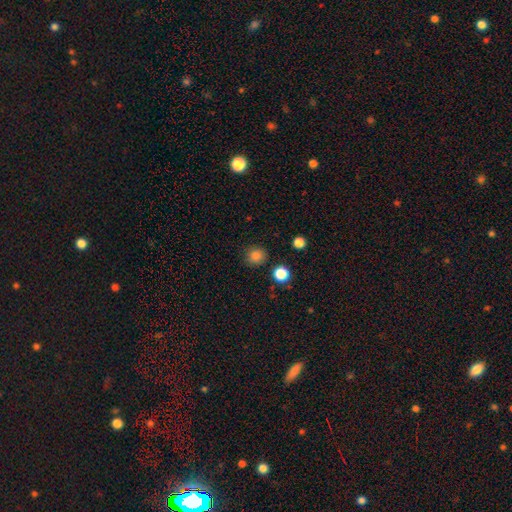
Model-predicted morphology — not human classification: A smooth galaxy with no disk features (84%) that is round (91%). Merging: none (88%).